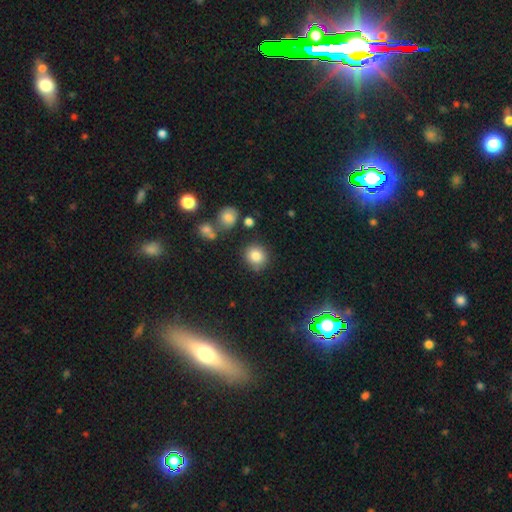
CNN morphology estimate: Smooth or featured? smooth (82%)
How rounded? round (85%)
Merging? none (82%)